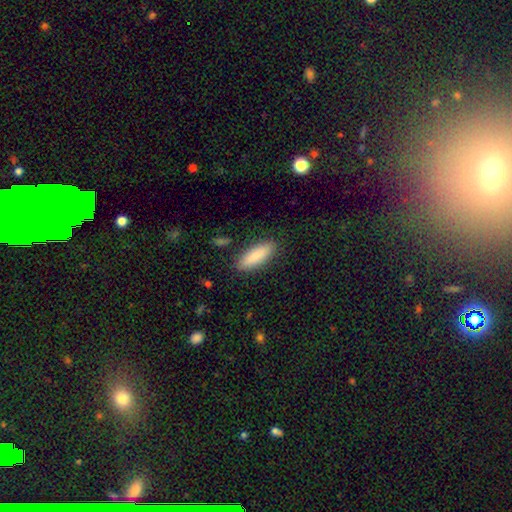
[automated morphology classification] smooth_or_featured: smooth (p=0.88) [alt: featured or disk p=0.06]
how_rounded: in between (p=0.63) [alt: cigar-shaped p=0.36]
merging: none (p=0.87) [alt: minor disturbance p=0.09]